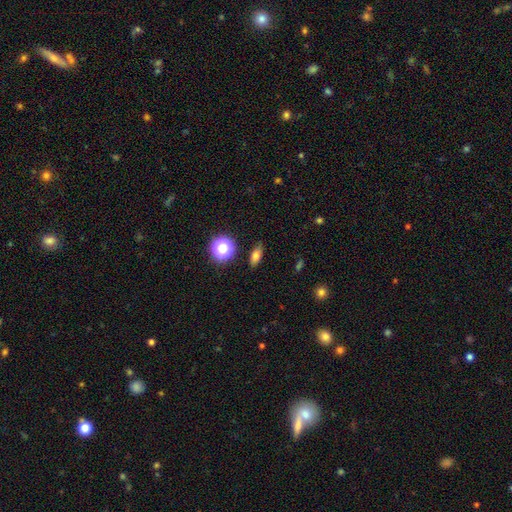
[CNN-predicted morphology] Q: Smooth or featured?
A: smooth (75%); runner-up: star or artifact (14%)
Q: How rounded?
A: in between (70%); runner-up: cigar-shaped (16%)
Q: Merging?
A: none (84%); runner-up: minor disturbance (11%)